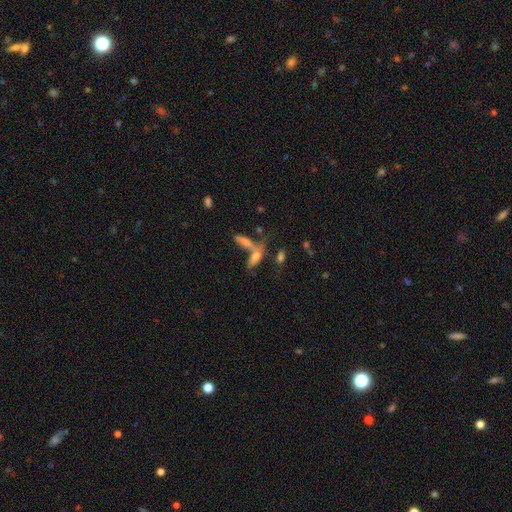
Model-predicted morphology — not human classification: A smooth galaxy with no disk features (56%) that is in between round and cigar-shaped (55%).

Vote fractions:
- Smooth or featured? smooth: 56% / featured or disk: 29% / star or artifact: 15%
- How rounded? in between: 55% / cigar-shaped: 40% / round: 5%
- Merging? merger: 47% / none: 35% / minor disturbance: 10% / major disturbance: 7%